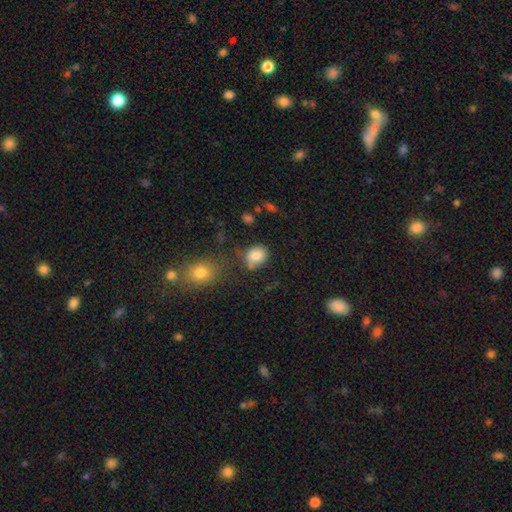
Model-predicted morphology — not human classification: Smooth or featured? Predicted: smooth (p=0.83). How rounded? Predicted: in between (p=0.51). Merging? Predicted: none (p=0.60).